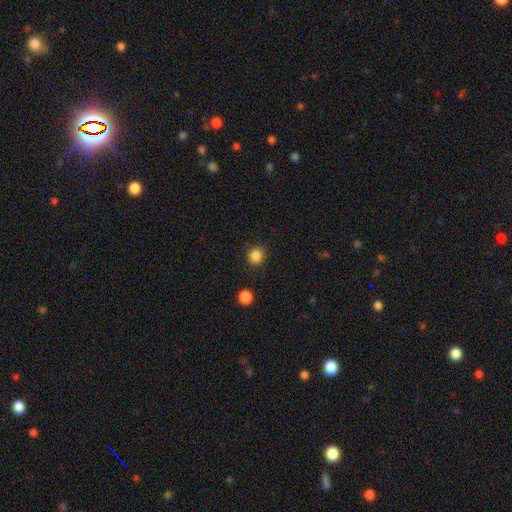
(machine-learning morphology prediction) type=smooth (86%); roundness=round (91%); merging=none (89%).